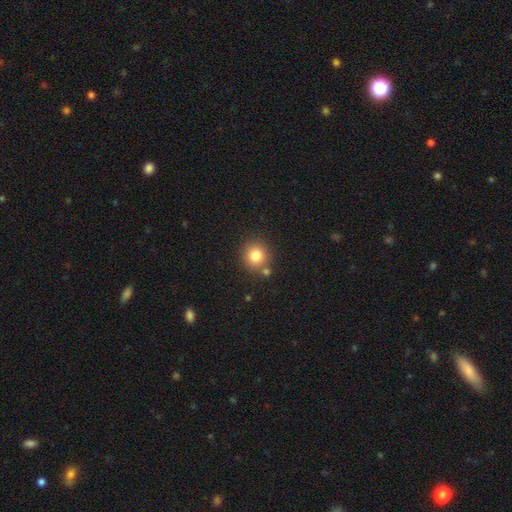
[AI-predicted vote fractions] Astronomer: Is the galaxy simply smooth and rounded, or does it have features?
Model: smooth — 81%.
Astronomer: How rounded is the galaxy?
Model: round — 89%.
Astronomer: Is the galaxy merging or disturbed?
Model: none — 78%.